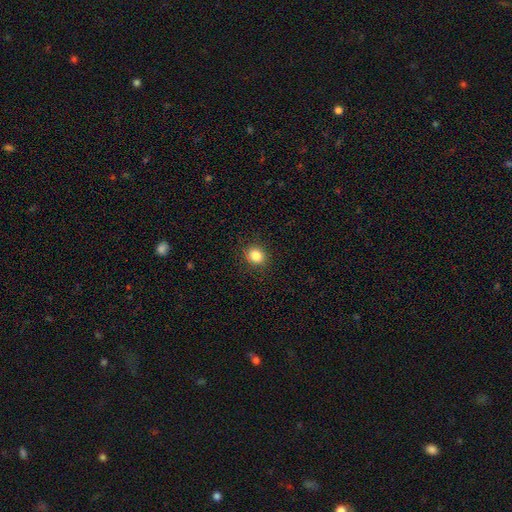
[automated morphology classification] smooth_or_featured: smooth (p=0.84) [alt: star or artifact p=0.11]
how_rounded: round (p=0.77) [alt: in between p=0.22]
merging: none (p=0.90) [alt: minor disturbance p=0.07]